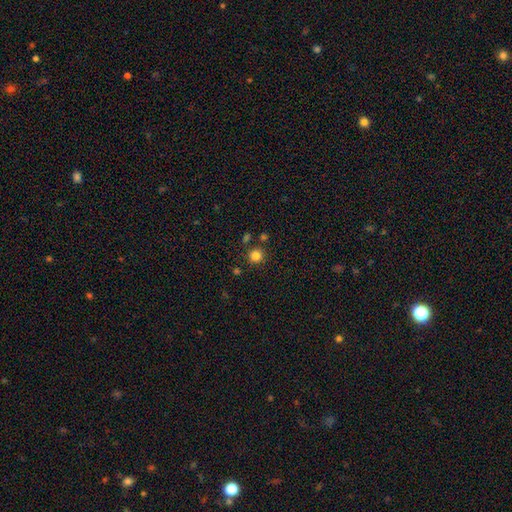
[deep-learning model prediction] This is clearly a smooth galaxy (82%). How rounded: clearly round (92%). Merging: clearly none (82%).